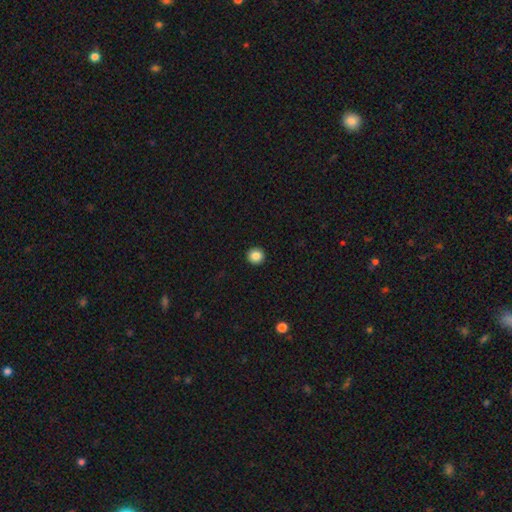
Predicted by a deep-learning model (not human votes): Smooth or featured? smooth (87%)
How rounded? round (96%)
Merging? none (94%)